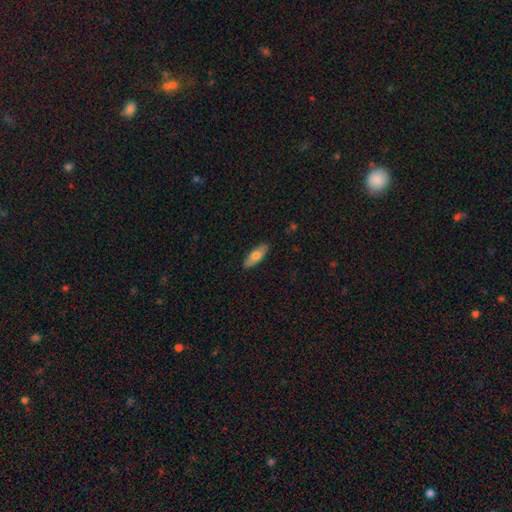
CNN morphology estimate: smooth-or-featured: smooth: 68% | featured or disk: 26% | star or artifact: 6%
  how-rounded: in between: 74% | cigar-shaped: 24% | round: 2%
  merging: none: 87% | minor disturbance: 10% | major disturbance: 2% | merger: 1%